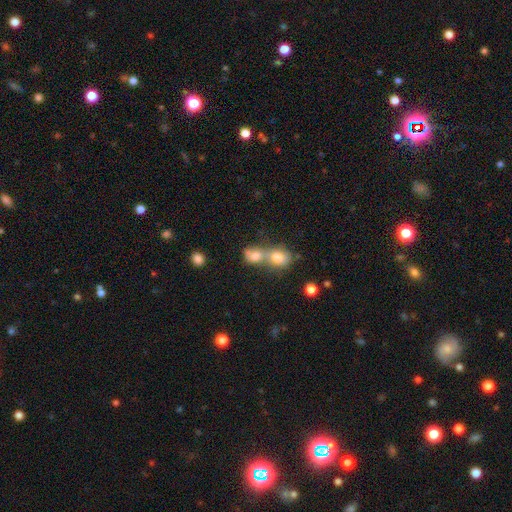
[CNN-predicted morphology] smooth 73%, featured or disk 15%, star or artifact 12%. Down the decision tree: how rounded — round (63%); merging — merger (72%).